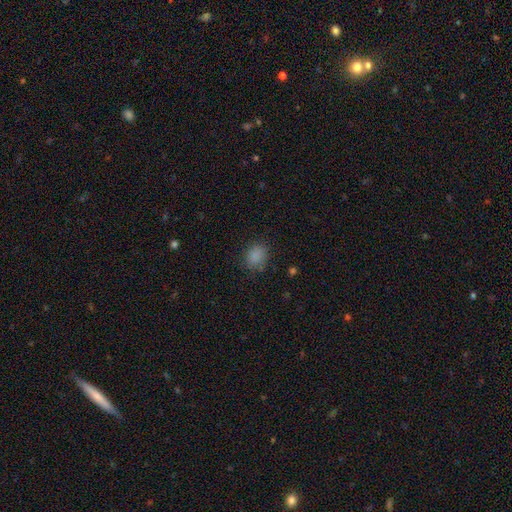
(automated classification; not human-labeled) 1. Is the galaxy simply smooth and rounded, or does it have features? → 84% smooth, 12% star or artifact, 4% featured or disk.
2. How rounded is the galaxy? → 50% in between, 49% round, 1% cigar-shaped.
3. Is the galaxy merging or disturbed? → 81% none, 14% minor disturbance, 4% major disturbance, 1% merger.